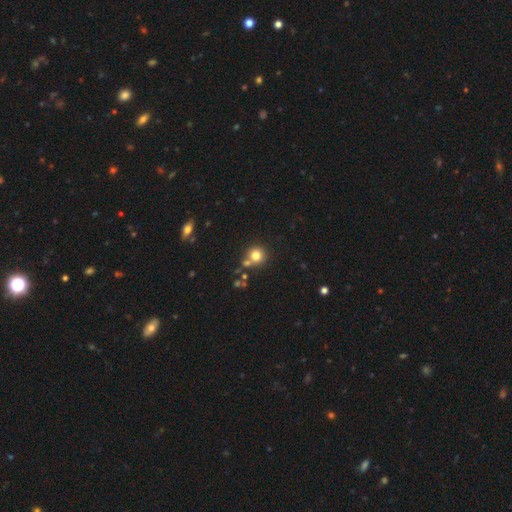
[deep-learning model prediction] Smooth or featured?
  - smooth: 79% *
  - star or artifact: 13%
  - featured or disk: 9%
How rounded?
  - round: 92% *
  - in between: 7%
  - cigar-shaped: 1%
Merging?
  - none: 68% *
  - merger: 19%
  - minor disturbance: 9%
  - major disturbance: 3%